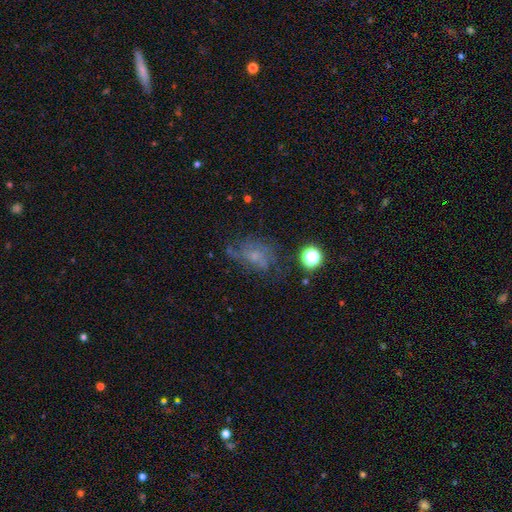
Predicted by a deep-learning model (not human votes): Overall: featured or disk (49%; smooth 31%). Merging: none (49%; minor disturbance 23%).